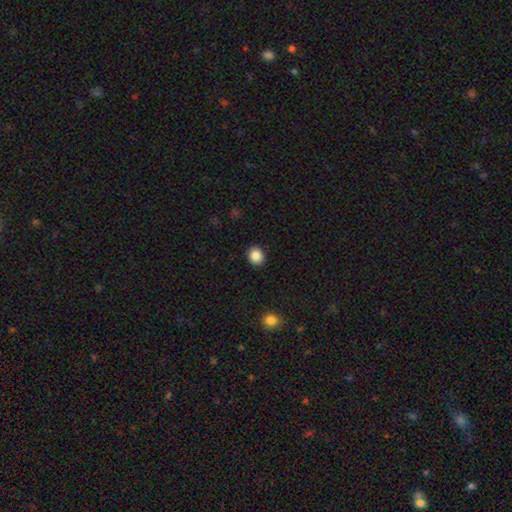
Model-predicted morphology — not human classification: Q: Smooth or featured?
A: smooth (87%); runner-up: star or artifact (9%)
Q: How rounded?
A: round (72%); runner-up: in between (27%)
Q: Merging?
A: none (91%); runner-up: minor disturbance (6%)